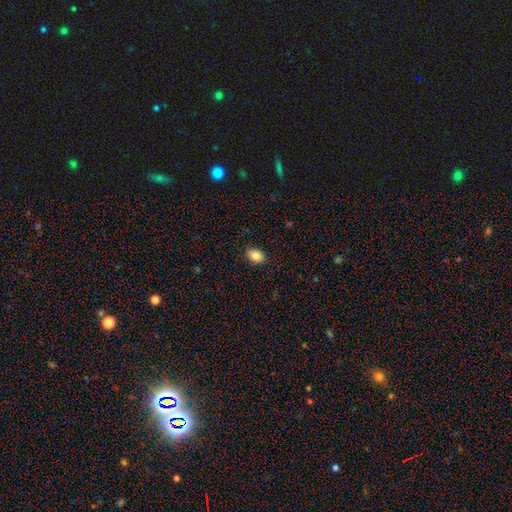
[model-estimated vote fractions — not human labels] Q: Smooth or featured?
A: smooth (85%); runner-up: star or artifact (9%)
Q: How rounded?
A: in between (73%); runner-up: round (26%)
Q: Merging?
A: none (88%); runner-up: minor disturbance (9%)